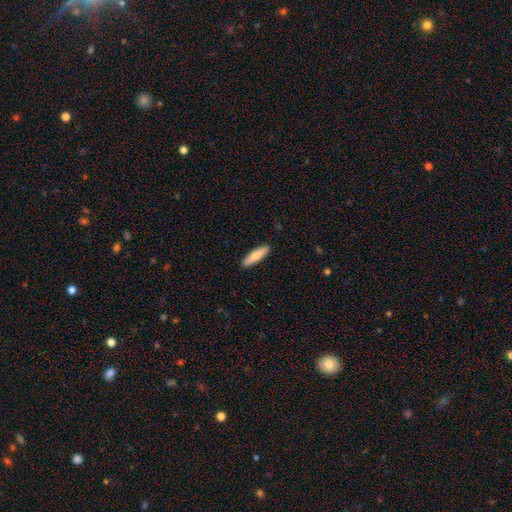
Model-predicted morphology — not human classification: The model was most divided on "how rounded": cigar-shaped: 72%, in between: 26%, round: 2%. More confident: merging — none (91%); smooth or featured — smooth (75%).